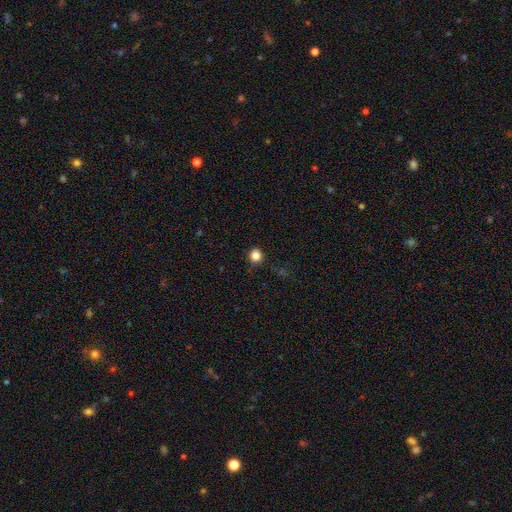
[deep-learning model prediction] A smooth galaxy with no disk features (84%) that is round (93%). Merging: none (89%).